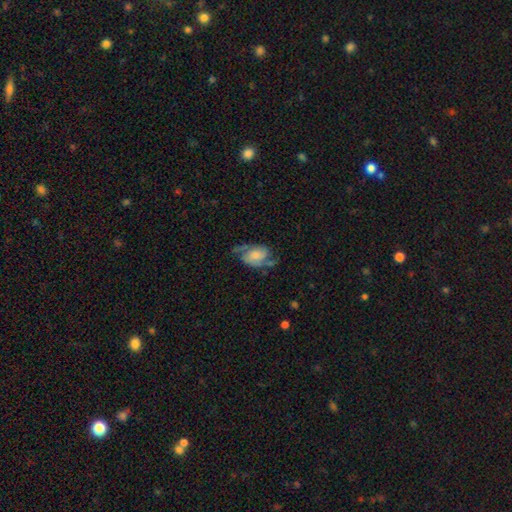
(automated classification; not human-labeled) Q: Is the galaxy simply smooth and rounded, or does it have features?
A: featured or disk — 77%.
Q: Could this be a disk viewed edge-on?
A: no — 97%.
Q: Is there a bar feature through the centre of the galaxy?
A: no — 62%.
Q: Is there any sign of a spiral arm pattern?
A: yes — 94%.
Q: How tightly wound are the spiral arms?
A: medium — 46%.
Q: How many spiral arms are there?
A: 2 — 90%.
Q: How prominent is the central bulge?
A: small — 37%.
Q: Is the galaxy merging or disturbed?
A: none — 60%.